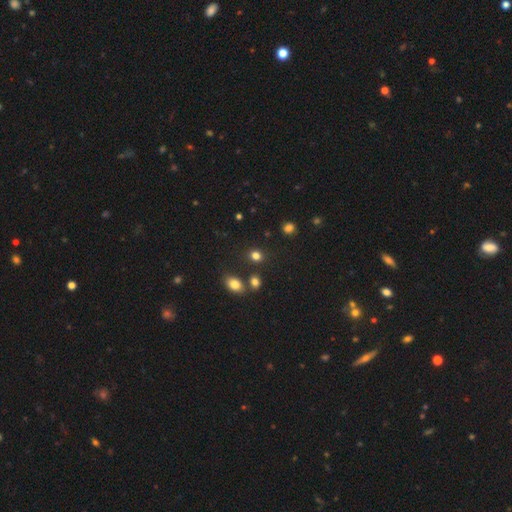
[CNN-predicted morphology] Overall: smooth (80%). How rounded: round (72%). Merging: none (78%).